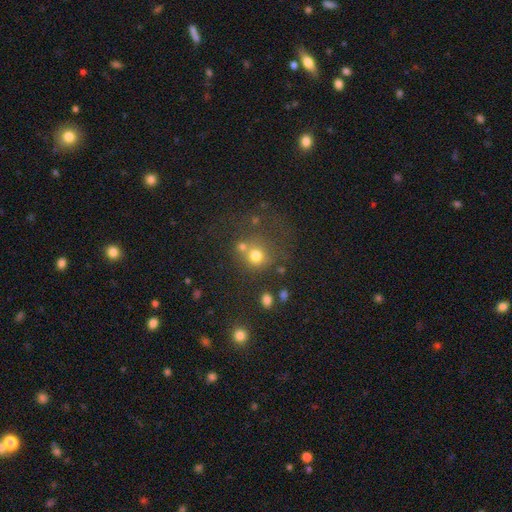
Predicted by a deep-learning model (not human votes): A smooth galaxy with no disk features (70%) that is round (87%). Merging: none (57%).